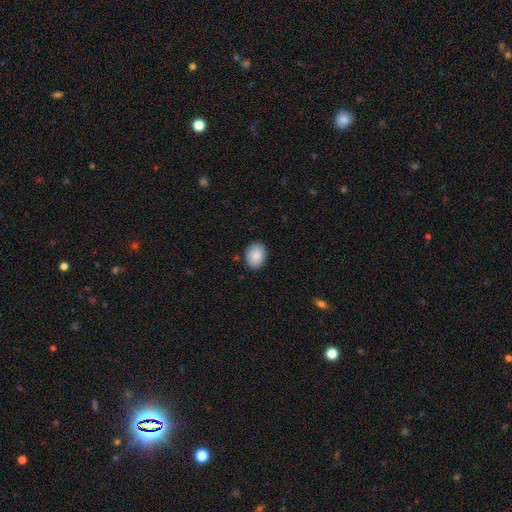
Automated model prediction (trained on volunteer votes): smooth_or_featured: smooth (p=0.89) [alt: star or artifact p=0.07]
how_rounded: in between (p=0.69) [alt: round p=0.30]
merging: none (p=0.87) [alt: minor disturbance p=0.10]